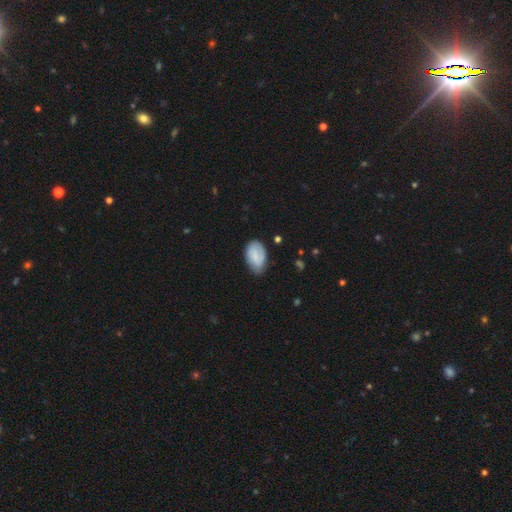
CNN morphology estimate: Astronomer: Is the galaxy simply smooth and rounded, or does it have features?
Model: smooth — 67%.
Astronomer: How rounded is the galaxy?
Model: in between — 91%.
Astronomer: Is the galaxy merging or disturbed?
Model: none — 63%.